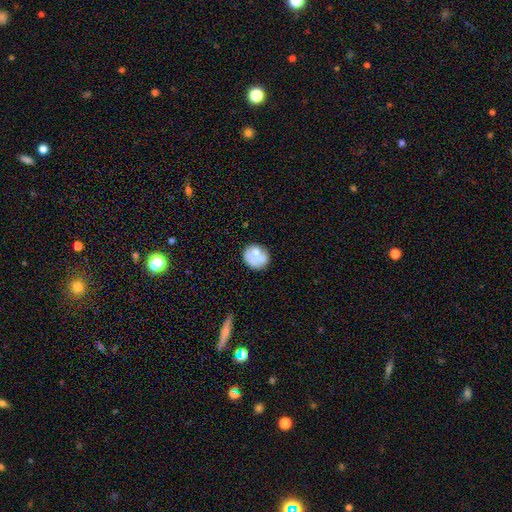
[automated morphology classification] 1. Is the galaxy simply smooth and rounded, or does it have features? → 59% smooth, 33% featured or disk, 8% star or artifact.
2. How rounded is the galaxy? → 74% round, 25% in between, 1% cigar-shaped.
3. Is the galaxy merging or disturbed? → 52% none, 22% minor disturbance, 14% merger, 12% major disturbance.